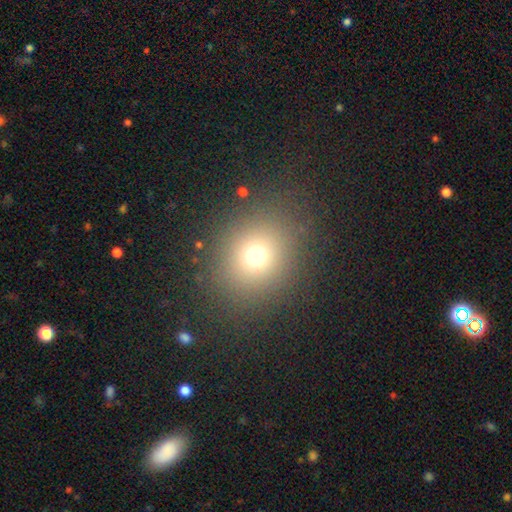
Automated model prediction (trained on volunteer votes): Smooth or featured? Predicted: smooth (p=0.71). How rounded? Predicted: round (p=0.77). Merging? Predicted: none (p=0.86).